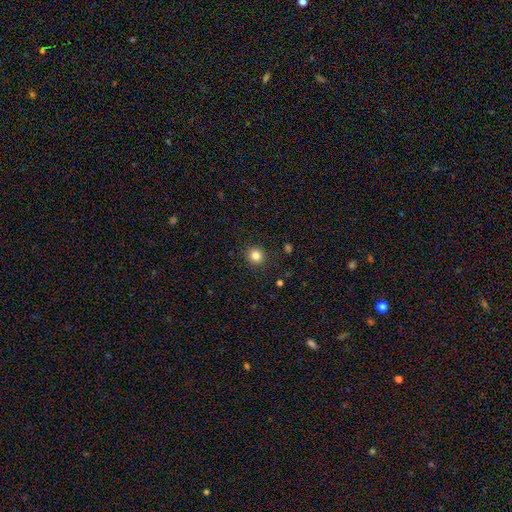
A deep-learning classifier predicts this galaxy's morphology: The model was most divided on "smooth or featured": smooth: 84%, star or artifact: 11%, featured or disk: 5%. More confident: how rounded — round (91%); merging — none (91%).